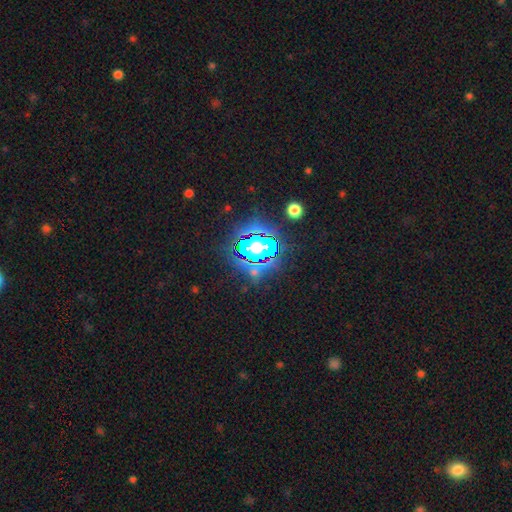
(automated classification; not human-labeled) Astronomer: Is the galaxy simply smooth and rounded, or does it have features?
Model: star or artifact — 77%.